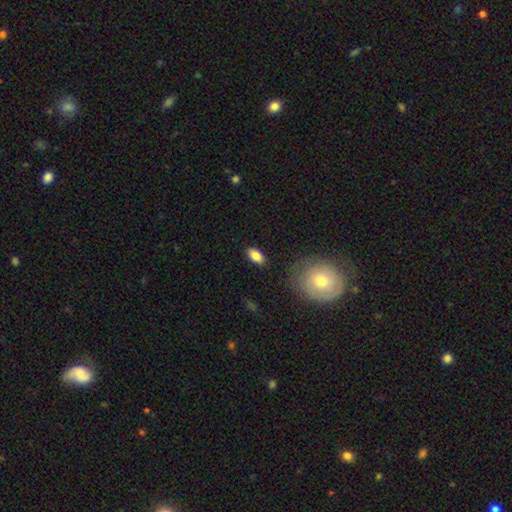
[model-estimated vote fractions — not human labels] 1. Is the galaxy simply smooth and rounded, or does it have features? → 85% smooth, 8% star or artifact, 7% featured or disk.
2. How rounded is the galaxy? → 91% in between, 5% cigar-shaped, 4% round.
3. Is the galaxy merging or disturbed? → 87% none, 9% minor disturbance, 2% major disturbance, 1% merger.